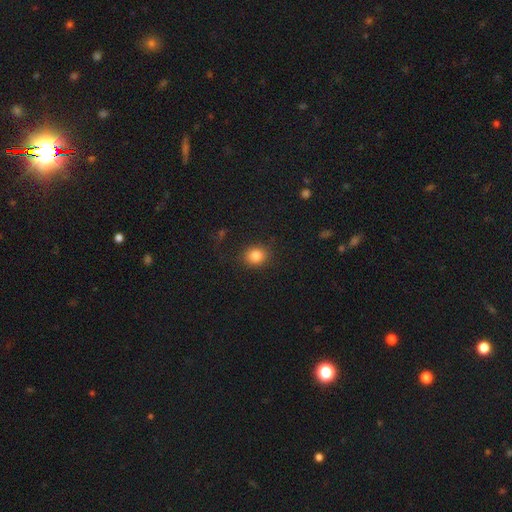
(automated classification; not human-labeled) This is clearly a smooth galaxy (83%). How rounded: likely round (74%). Merging: clearly none (86%).